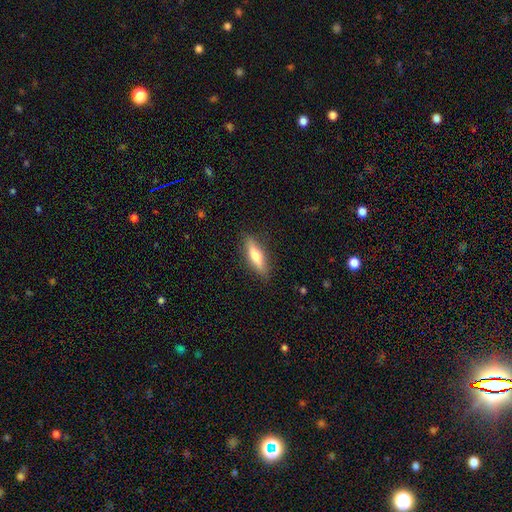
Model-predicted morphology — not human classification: type=smooth (58%); roundness=cigar-shaped (61%); merging=none (87%).